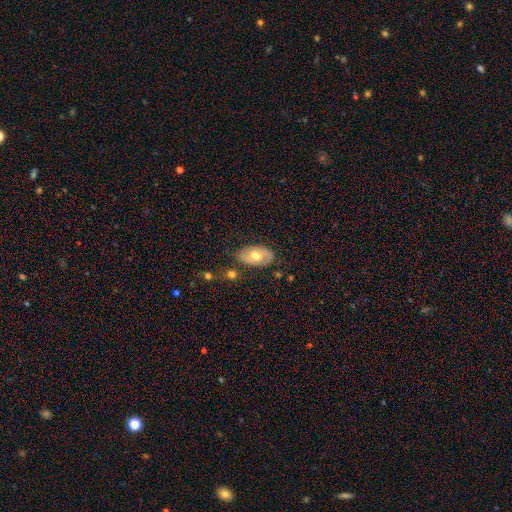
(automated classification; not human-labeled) Q: Smooth or featured?
A: smooth (48%); runner-up: featured or disk (46%)
Q: Merging?
A: none (75%); runner-up: minor disturbance (17%)